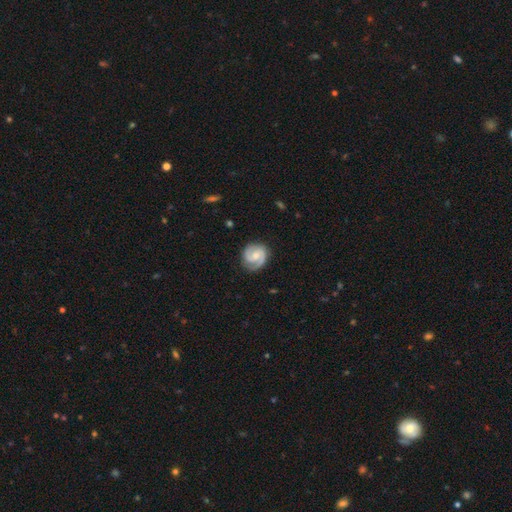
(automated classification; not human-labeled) Morphology: type=featured or disk (82%); edge-on=no (98%); bar=no (48%); spiral arms=yes (97%); winding=tight (45%); arm count=2 (86%); bulge=moderate (51%); merging=none (81%).